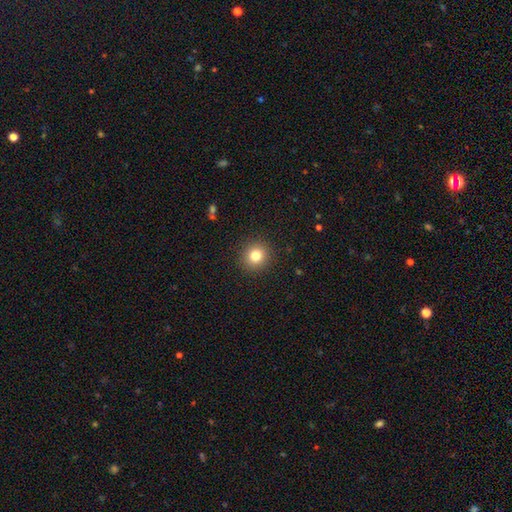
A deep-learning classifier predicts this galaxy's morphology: Smooth or featured? smooth (81%)
How rounded? round (91%)
Merging? none (91%)